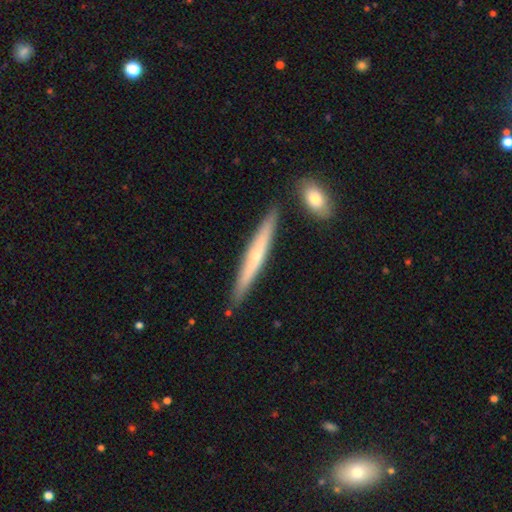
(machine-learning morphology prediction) Overall: featured or disk (54%; smooth 40%). Edge-on disk: yes (95%). Edge-on bulge: rounded (57%; none 40%). Merging: none (87%).